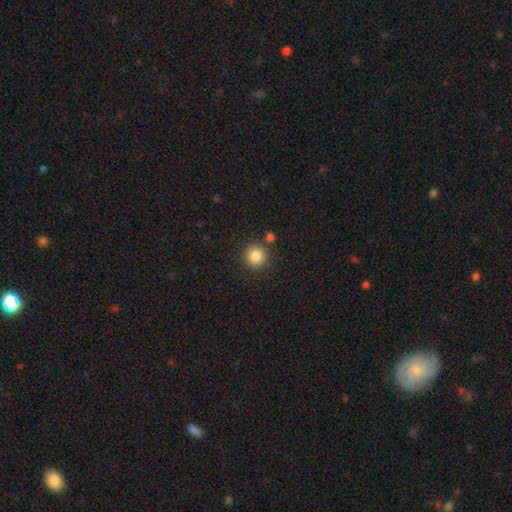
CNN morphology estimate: Smooth or featured? Predicted: smooth (p=0.86). How rounded? Predicted: round (p=0.93). Merging? Predicted: none (p=0.84).